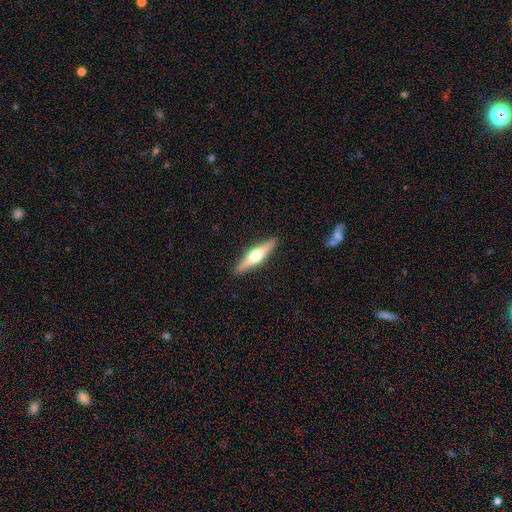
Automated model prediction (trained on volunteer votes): smooth-or-featured: featured or disk: 63% | smooth: 31% | star or artifact: 5%
  disk-edge-on: yes: 96% | no: 4%
    edge-on-bulge: rounded: 95% | boxy: 3% | none: 2%
  merging: none: 91% | minor disturbance: 7% | major disturbance: 1% | merger: 1%